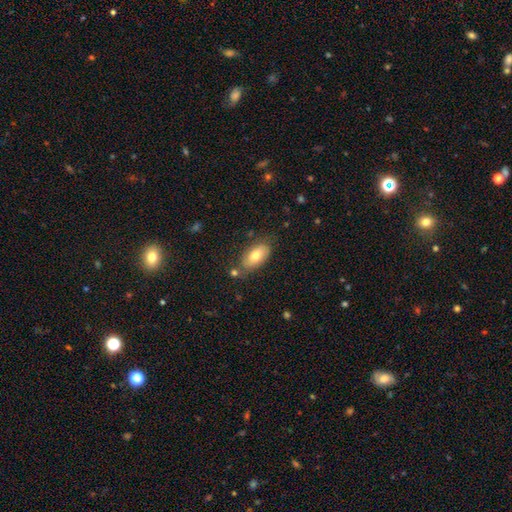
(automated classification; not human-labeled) Smooth or featured? Predicted: smooth (p=0.73). How rounded? Predicted: in between (p=0.91). Merging? Predicted: none (p=0.72).